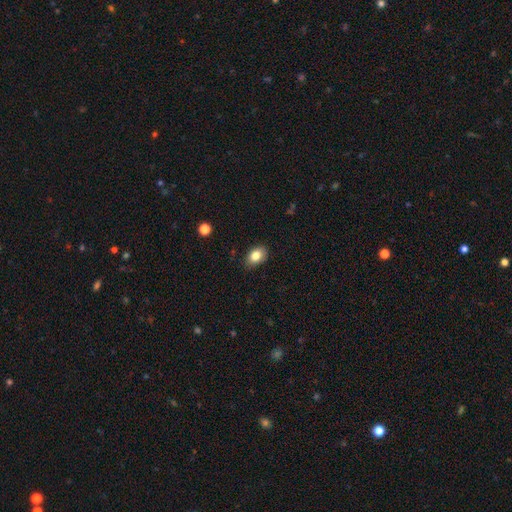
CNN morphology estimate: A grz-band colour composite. It shows a smooth galaxy with no disk features (83%) that is in between round and cigar-shaped (80%). Merging: none (85%).